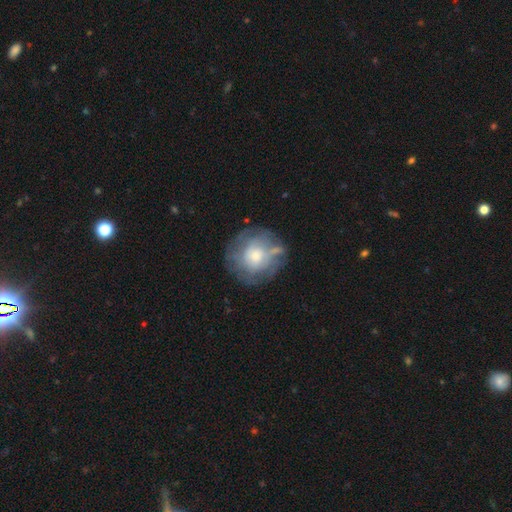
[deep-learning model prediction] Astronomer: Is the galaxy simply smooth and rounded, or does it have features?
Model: smooth — 46% (runner-up: featured or disk, 45%).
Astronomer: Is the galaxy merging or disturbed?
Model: none — 66%.